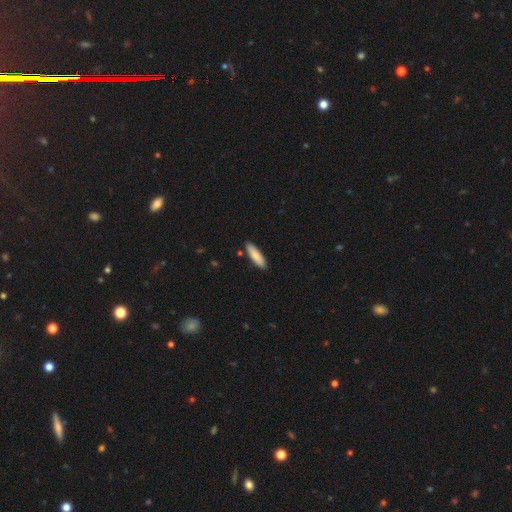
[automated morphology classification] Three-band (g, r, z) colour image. It shows a smooth galaxy with no disk features (85%) that is cigar-shaped (59%). Merging: none (87%).